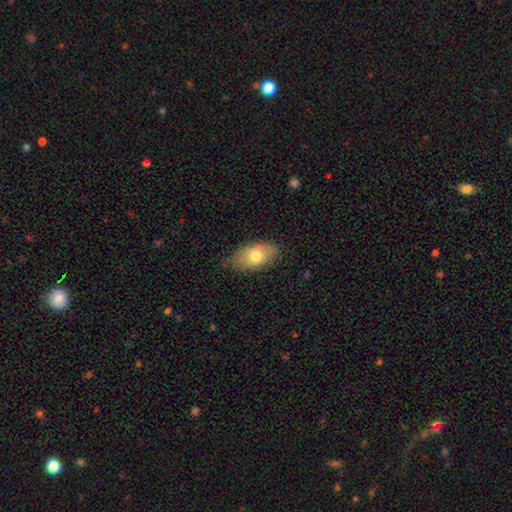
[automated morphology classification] Smooth or featured? smooth (74%)
How rounded? in between (91%)
Merging? none (77%)